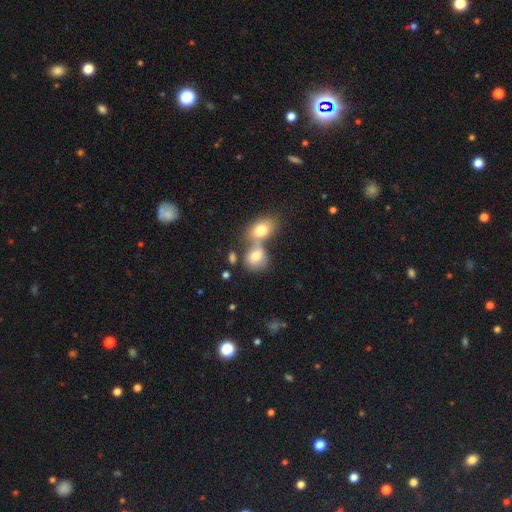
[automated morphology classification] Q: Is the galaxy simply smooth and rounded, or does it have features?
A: smooth — 72%.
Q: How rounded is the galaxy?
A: round — 52%.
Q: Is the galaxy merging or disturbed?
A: merger — 61%.